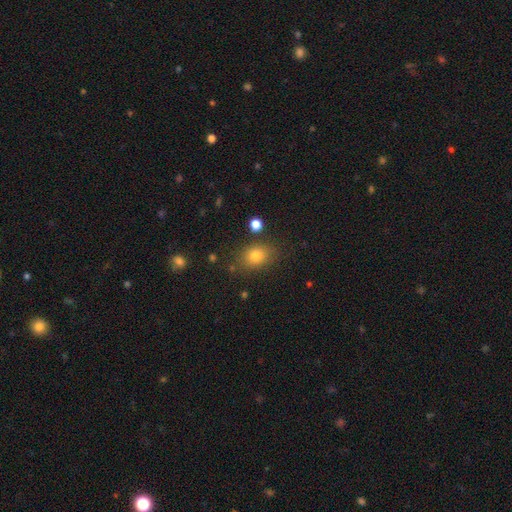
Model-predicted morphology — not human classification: type=smooth (78%); roundness=in between (65%); merging=none (79%).